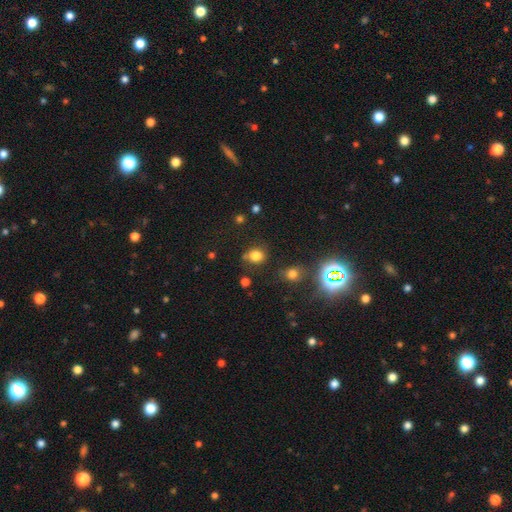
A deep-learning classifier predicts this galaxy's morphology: Smooth or featured?
  - smooth: 78% *
  - star or artifact: 15%
  - featured or disk: 7%
How rounded?
  - round: 59% *
  - in between: 40%
  - cigar-shaped: 1%
Merging?
  - none: 68% *
  - minor disturbance: 20%
  - major disturbance: 6%
  - merger: 6%